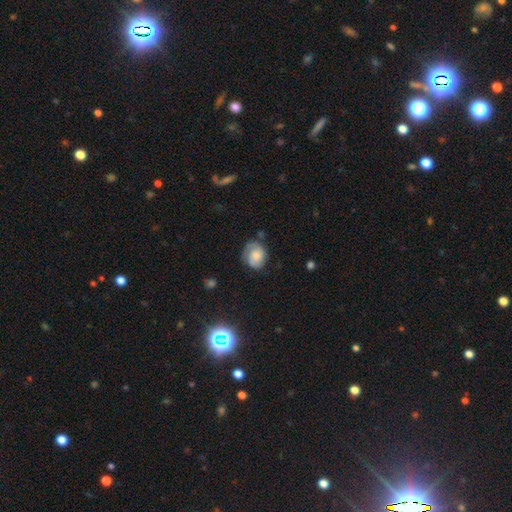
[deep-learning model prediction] Smooth or featured? Predicted: smooth (p=0.52). How rounded? Predicted: round (p=0.61). Merging? Predicted: none (p=0.63).